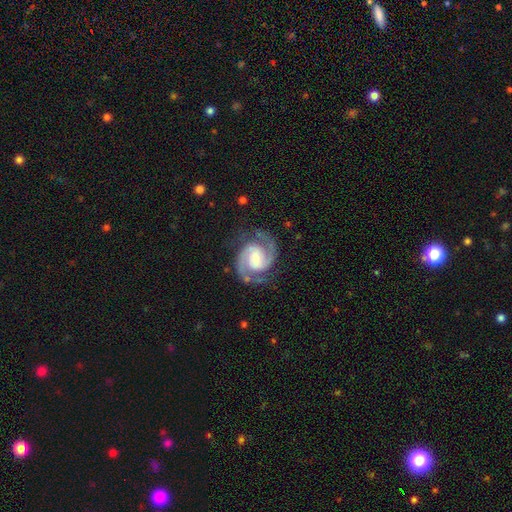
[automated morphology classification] A featured or disk galaxy (93%) with a weak bar (43%), 2 (95%) medium (57%) spiral arms (99%) and a small central bulge (32%).

Vote fractions:
- Smooth or featured? featured or disk: 93% / star or artifact: 4% / smooth: 3%
- Edge-on disk? no: 98% / yes: 2%
- Bar? weak: 43% / no: 33% / strong: 24%
- Spiral arms? yes: 99% / no: 1%
- Spiral winding? medium: 57% / tight: 35% / loose: 8%
- Spiral arm count? 2: 95% / can't tell: 1% / 3: 1% / 1: 1% / 4: 1% / more than 4: 1%
- Bulge size? small: 32% / moderate: 31% / none: 20% / large: 14% / dominant: 2%
- Merging? none: 80% / minor disturbance: 13% / major disturbance: 5% / merger: 2%